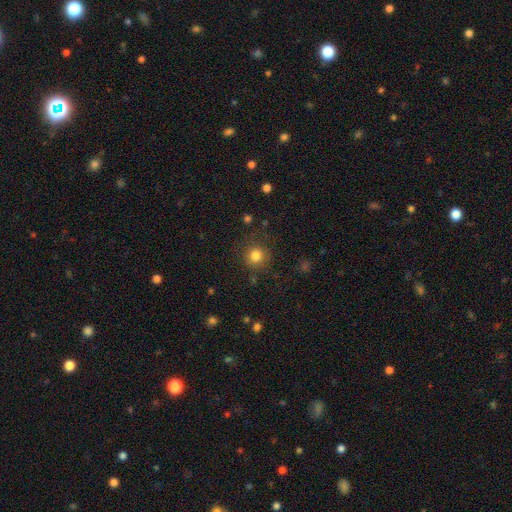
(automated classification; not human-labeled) Smooth or featured?
  - smooth: 82% *
  - star or artifact: 13%
  - featured or disk: 6%
How rounded?
  - round: 93% *
  - in between: 6%
  - cigar-shaped: 1%
Merging?
  - none: 85% *
  - minor disturbance: 9%
  - major disturbance: 4%
  - merger: 2%